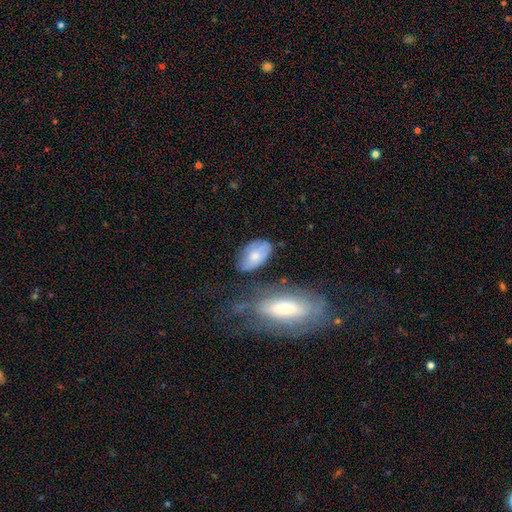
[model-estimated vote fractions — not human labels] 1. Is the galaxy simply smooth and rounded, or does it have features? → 58% smooth, 35% featured or disk, 7% star or artifact.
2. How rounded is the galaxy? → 91% in between, 6% round, 3% cigar-shaped.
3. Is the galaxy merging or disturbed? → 51% none, 28% minor disturbance, 11% major disturbance, 10% merger.